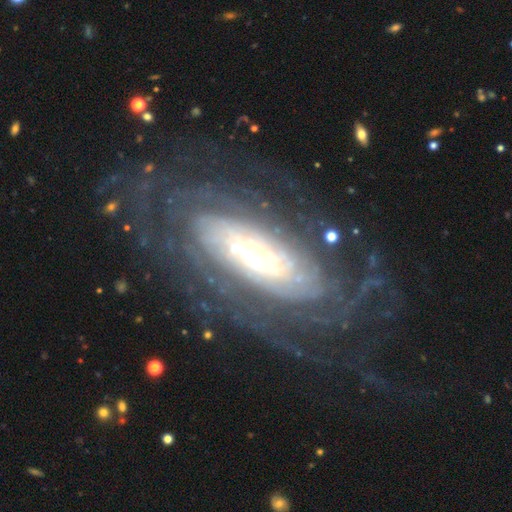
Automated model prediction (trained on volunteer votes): A featured or disk galaxy (87%) with no bar (48%), tight (75%) spiral arms (96%) and a moderate central bulge (39%). Merging: none (73%).